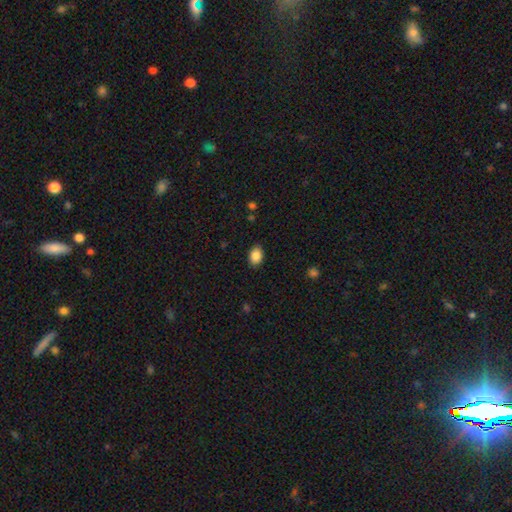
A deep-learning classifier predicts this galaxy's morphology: type=smooth (88%); roundness=in between (75%); merging=none (87%).